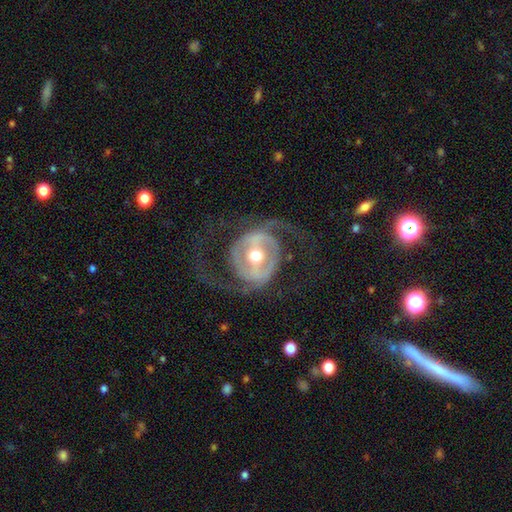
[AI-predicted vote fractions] This is clearly a featured or disk galaxy (86%). It is clearly not viewed edge-on (96%). Bar: marginally strong (37%). Spiral arm pattern: clearly yes (87%). Spiral arm count: clearly 2 (86%). Spiral winding: possibly medium (46%). Central bulge: likely moderate (74%). Merging: likely none (66%).